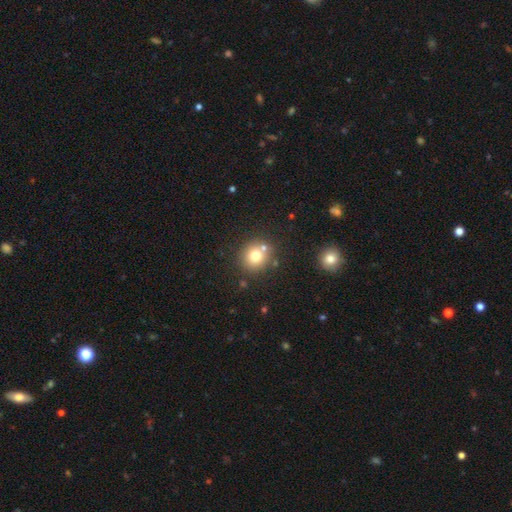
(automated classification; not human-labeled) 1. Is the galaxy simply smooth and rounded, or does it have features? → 73% smooth, 13% star or artifact, 13% featured or disk.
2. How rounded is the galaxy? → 87% round, 12% in between, 1% cigar-shaped.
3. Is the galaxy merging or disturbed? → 71% none, 16% merger, 9% minor disturbance, 3% major disturbance.